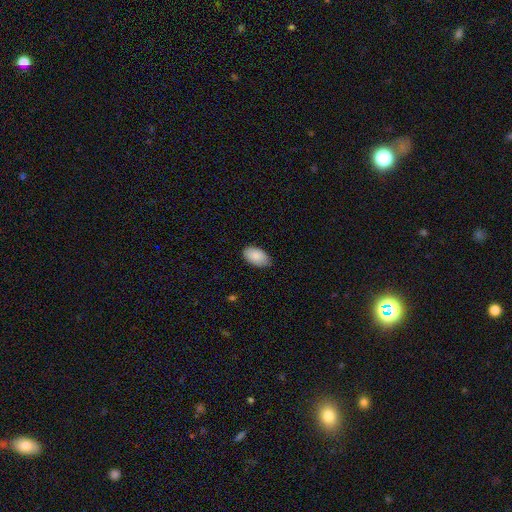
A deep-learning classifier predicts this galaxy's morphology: type=smooth (88%); roundness=in between (95%); merging=none (79%).